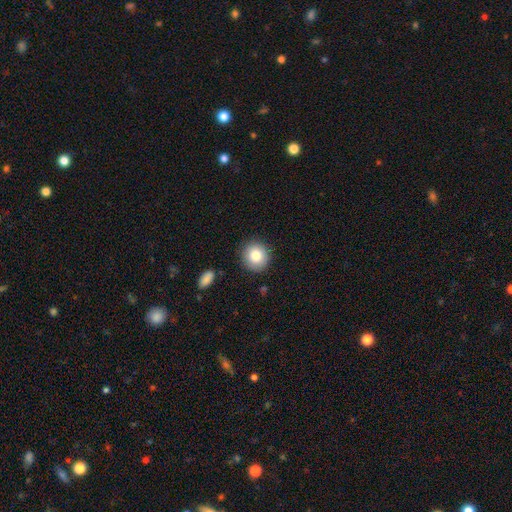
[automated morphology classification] This appears to be a smooth galaxy with no disk features (82%) that is round (89%). Merging: none (87%).